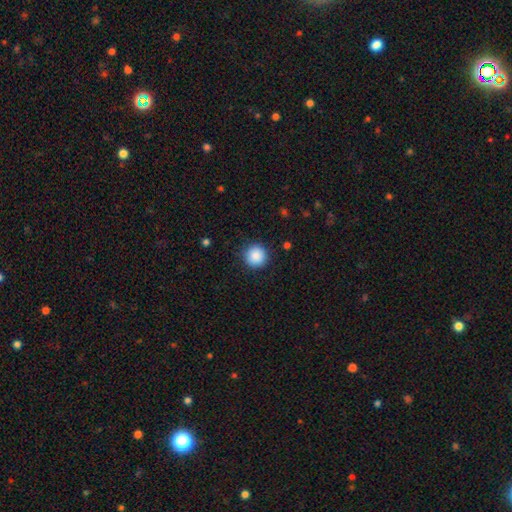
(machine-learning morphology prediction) type=smooth (88%); roundness=round (95%); merging=none (89%).